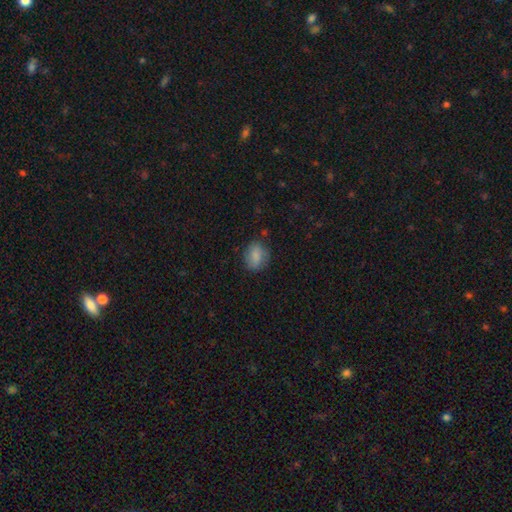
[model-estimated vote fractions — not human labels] The model was most divided on "how rounded": in between: 60%, round: 38%, cigar-shaped: 2%. More confident: smooth or featured — smooth (82%); merging — none (74%).